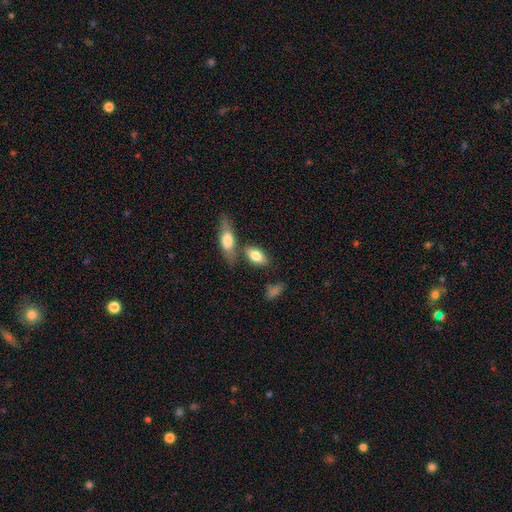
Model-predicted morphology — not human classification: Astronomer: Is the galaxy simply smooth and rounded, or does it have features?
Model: smooth — 76%.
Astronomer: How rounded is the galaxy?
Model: in between — 85%.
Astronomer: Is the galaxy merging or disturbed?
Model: none — 59%.